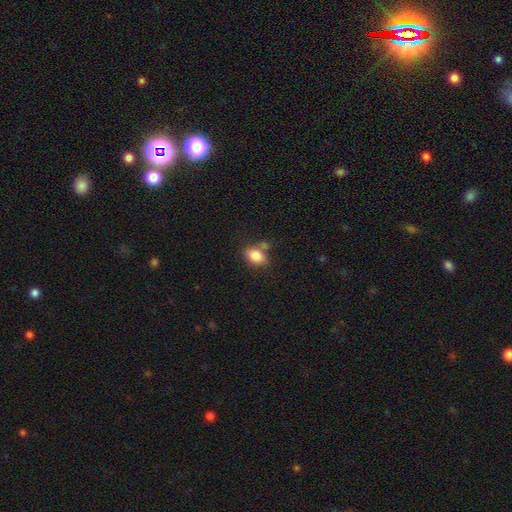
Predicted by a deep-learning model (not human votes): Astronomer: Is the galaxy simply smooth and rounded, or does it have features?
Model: smooth — 83%.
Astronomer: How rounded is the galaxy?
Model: in between — 82%.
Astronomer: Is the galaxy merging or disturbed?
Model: none — 63%.